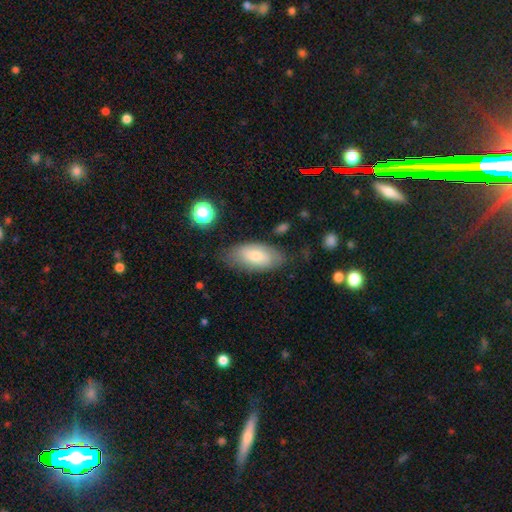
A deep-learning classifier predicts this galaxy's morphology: smooth-or-featured: smooth: 67% | featured or disk: 26% | star or artifact: 7%
  how-rounded: in between: 90% | cigar-shaped: 7% | round: 3%
  merging: none: 72% | minor disturbance: 20% | major disturbance: 5% | merger: 2%